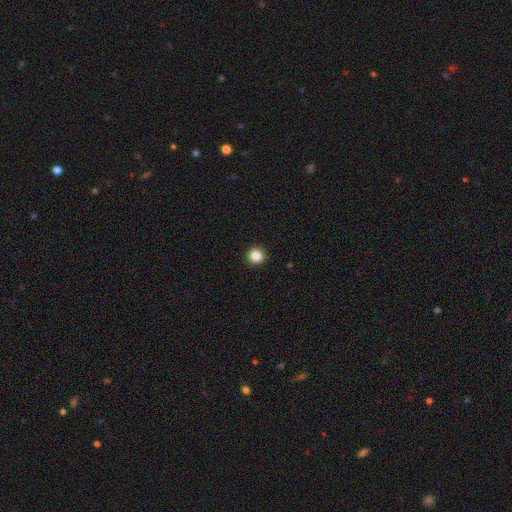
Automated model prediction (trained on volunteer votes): Smooth or featured? smooth (85%)
How rounded? round (94%)
Merging? none (92%)